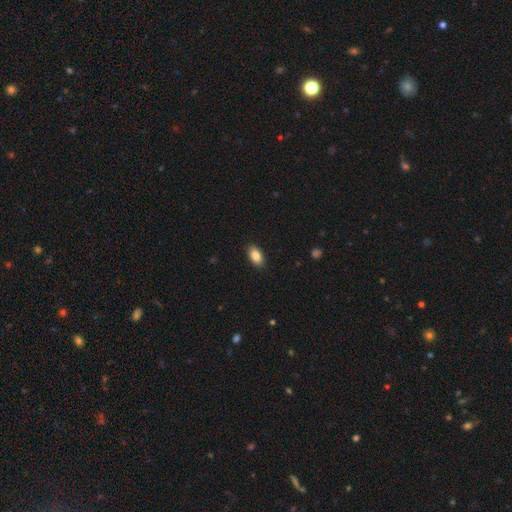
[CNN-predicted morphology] Smooth or featured? Predicted: smooth (p=0.86). How rounded? Predicted: in between (p=0.92). Merging? Predicted: none (p=0.89).